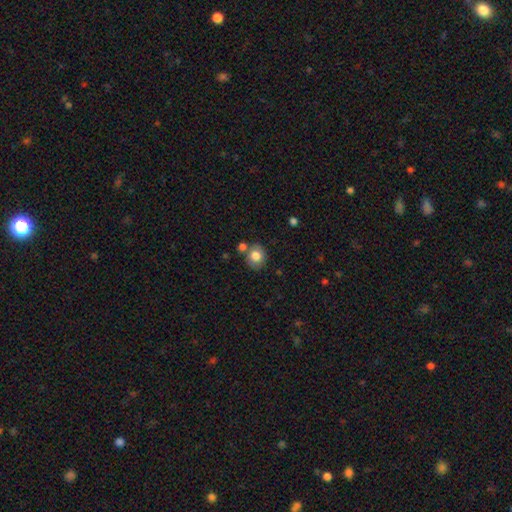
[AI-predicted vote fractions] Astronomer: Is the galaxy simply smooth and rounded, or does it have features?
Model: smooth — 81%.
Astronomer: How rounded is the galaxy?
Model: round — 80%.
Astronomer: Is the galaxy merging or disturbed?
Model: none — 70%.